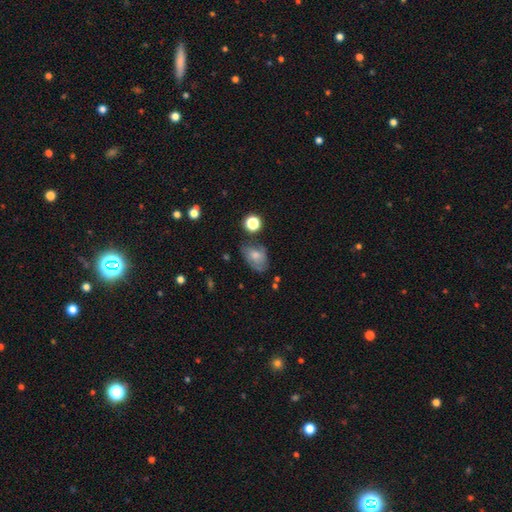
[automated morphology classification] Smooth or featured: smooth — 61% (featured or disk — 28%)
How rounded: in between — 81% (round — 17%)
Merging: none — 48% (minor disturbance — 32%)